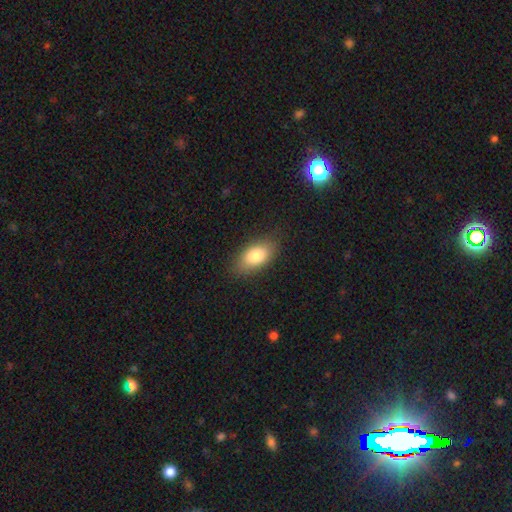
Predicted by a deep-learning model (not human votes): smooth_or_featured: smooth (p=0.81) [alt: featured or disk p=0.12]
how_rounded: in between (p=0.90) [alt: round p=0.06]
merging: none (p=0.81) [alt: minor disturbance p=0.14]